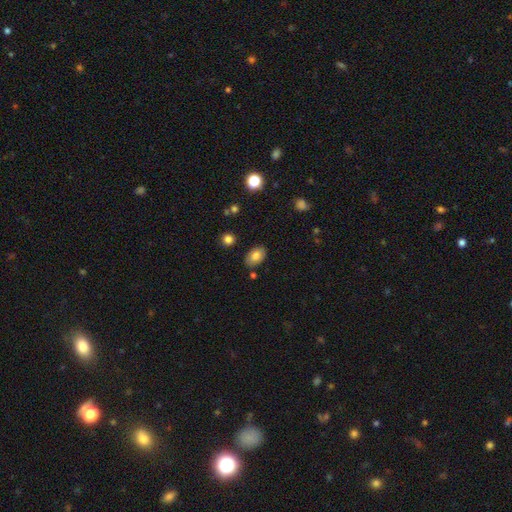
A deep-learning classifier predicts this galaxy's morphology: Smooth or featured?
  - smooth: 76% *
  - featured or disk: 15%
  - star or artifact: 8%
How rounded?
  - in between: 88% *
  - round: 10%
  - cigar-shaped: 1%
Merging?
  - none: 82% *
  - minor disturbance: 13%
  - merger: 3%
  - major disturbance: 3%